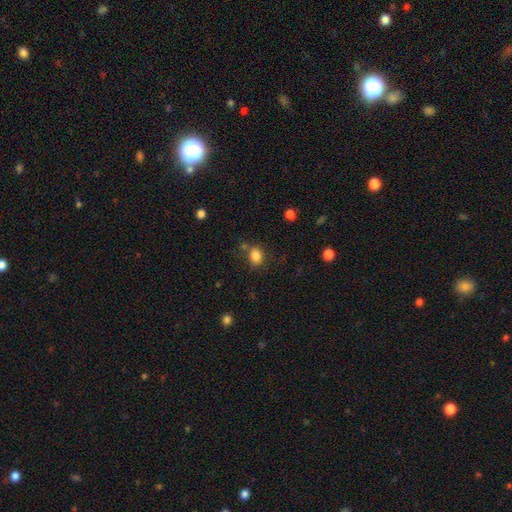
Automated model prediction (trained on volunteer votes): smooth-or-featured: smooth: 83% | star or artifact: 11% | featured or disk: 6%
  how-rounded: in between: 53% | round: 46% | cigar-shaped: 1%
  merging: none: 70% | minor disturbance: 16% | merger: 9% | major disturbance: 5%